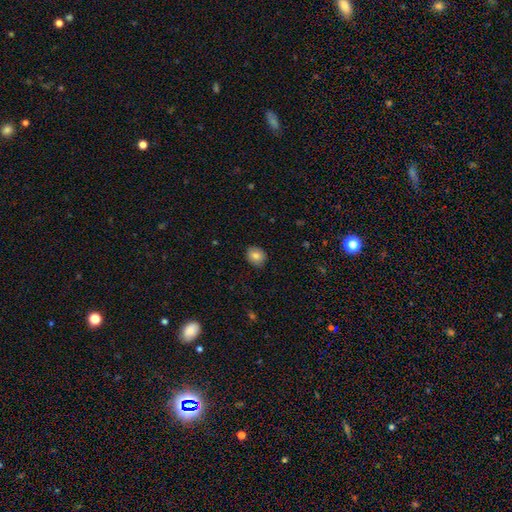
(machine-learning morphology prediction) smooth_or_featured: smooth (p=0.82) [alt: featured or disk p=0.10]
how_rounded: round (p=0.65) [alt: in between p=0.34]
merging: none (p=0.88) [alt: minor disturbance p=0.09]